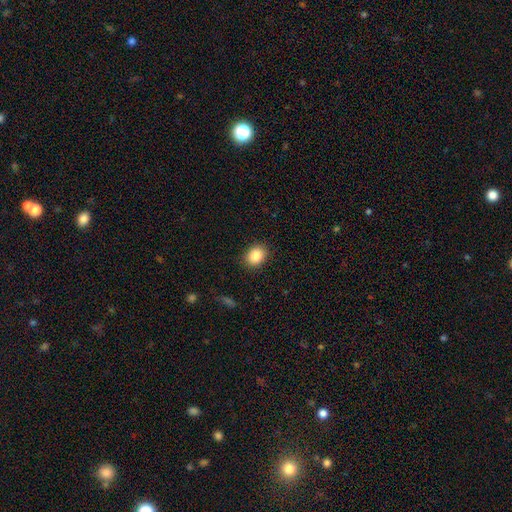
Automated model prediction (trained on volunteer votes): The model was most divided on "how rounded": round: 56%, in between: 43%, cigar-shaped: 1%. More confident: merging — none (88%); smooth or featured — smooth (86%).